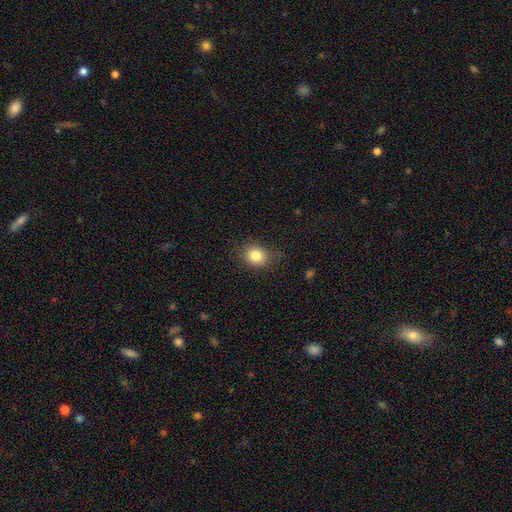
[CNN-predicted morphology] The model was most divided on "how rounded": round: 66%, in between: 33%, cigar-shaped: 1%. More confident: smooth or featured — smooth (83%); merging — none (79%).